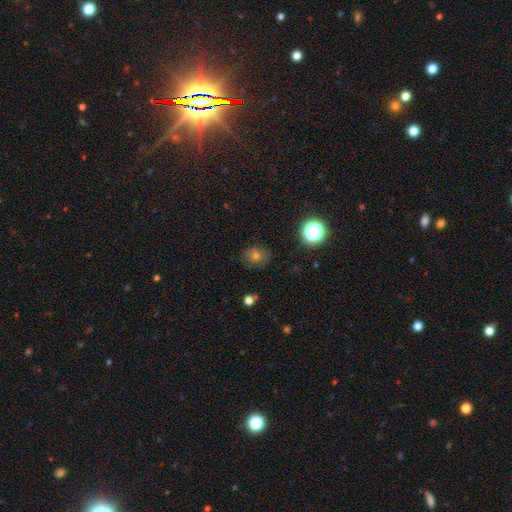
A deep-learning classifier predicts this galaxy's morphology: A smooth galaxy with no disk features (67%) that is round (82%). Merging: none (84%).